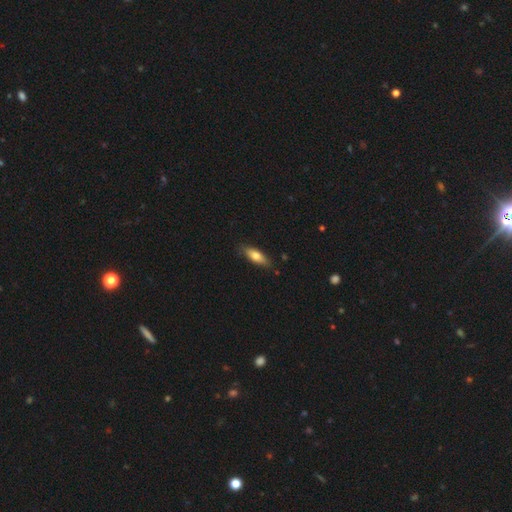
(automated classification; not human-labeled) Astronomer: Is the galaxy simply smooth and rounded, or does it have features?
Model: smooth — 69%.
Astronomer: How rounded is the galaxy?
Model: in between — 59% (runner-up: cigar-shaped, 39%).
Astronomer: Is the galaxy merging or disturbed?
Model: none — 83%.